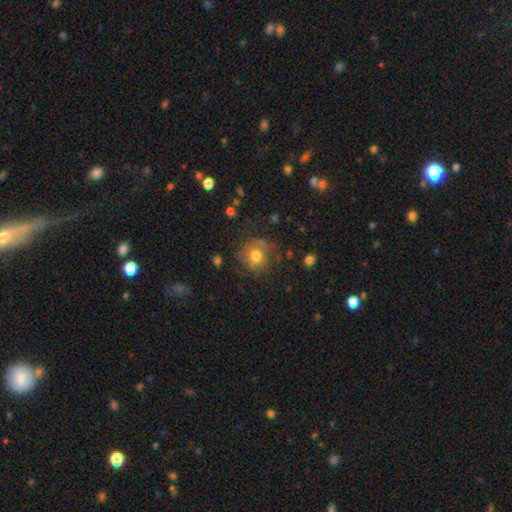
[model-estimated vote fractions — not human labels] Smooth or featured: smooth — 60% (featured or disk — 28%)
How rounded: round — 81% (in between — 18%)
Merging: none — 60% (minor disturbance — 22%)